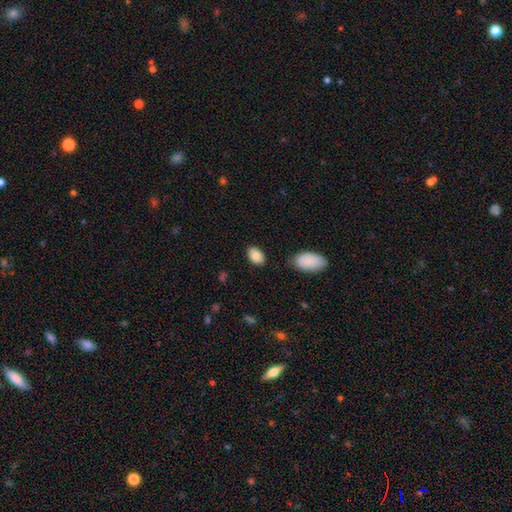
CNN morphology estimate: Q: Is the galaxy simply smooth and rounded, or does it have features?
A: smooth — 87%.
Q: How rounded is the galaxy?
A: in between — 89%.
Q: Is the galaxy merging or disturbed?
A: none — 81%.